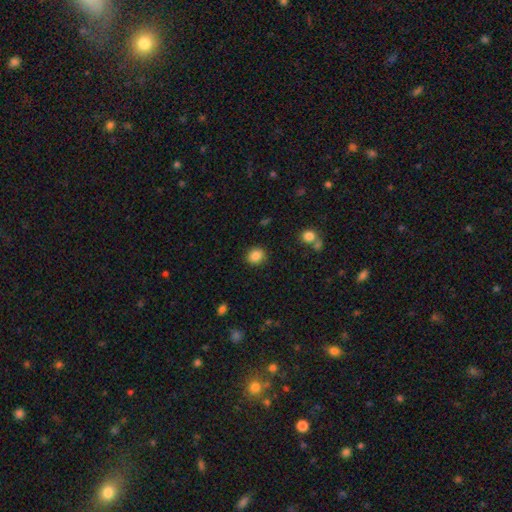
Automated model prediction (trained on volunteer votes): This appears to be a smooth galaxy with no disk features (87%) that is round (78%). Merging: none (88%).